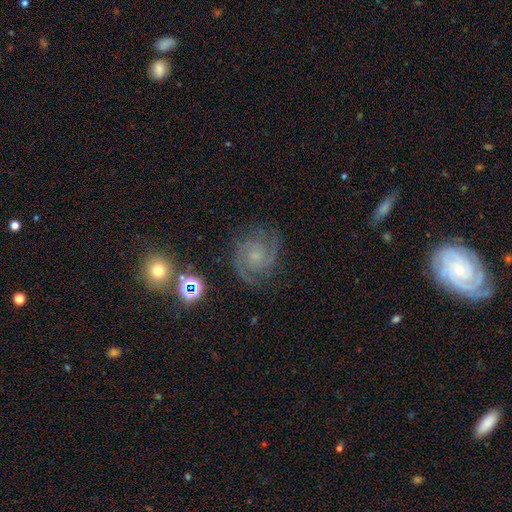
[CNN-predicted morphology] smooth-or-featured: featured or disk: 85% | star or artifact: 8% | smooth: 7%
  disk-edge-on: no: 98% | yes: 2%
    bar: no: 67% | weak: 28% | strong: 5%
    has-spiral-arms: yes: 98% | no: 2%
      spiral-winding: tight: 53% | medium: 41% | loose: 6%
      spiral-arm-count: 2: 57% | 3: 22% | can't tell: 10% | 4: 4% | 1: 4% | more than 4: 3%
    bulge-size: small: 59% | moderate: 22% | none: 17% | large: 2% | dominant: 1%
  merging: none: 77% | minor disturbance: 14% | major disturbance: 7% | merger: 2%